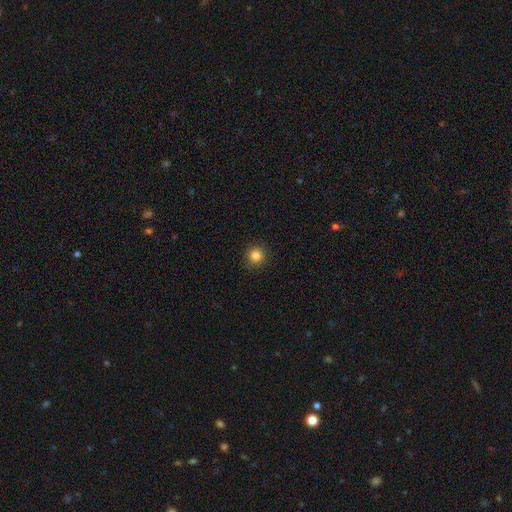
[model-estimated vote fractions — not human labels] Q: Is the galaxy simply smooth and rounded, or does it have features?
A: smooth — 83%.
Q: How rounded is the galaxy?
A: round — 95%.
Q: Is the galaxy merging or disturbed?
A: none — 91%.